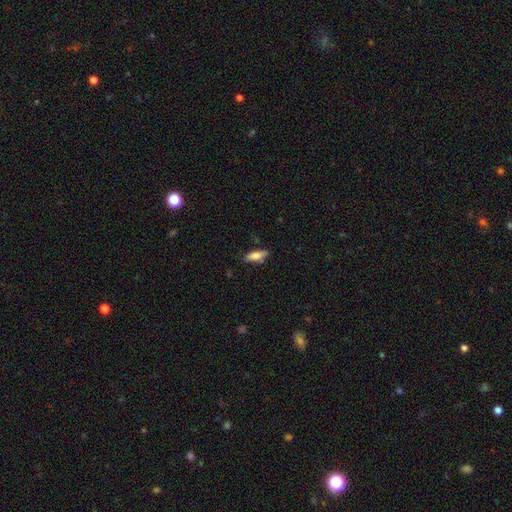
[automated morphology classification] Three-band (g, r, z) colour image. It shows a smooth galaxy with no disk features (75%) that is in between round and cigar-shaped (60%). Merging: none (77%).